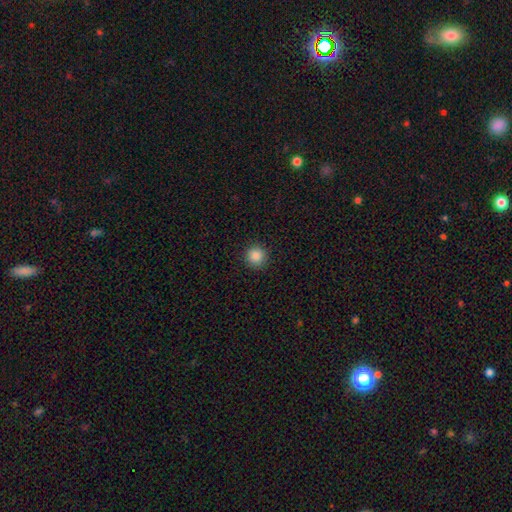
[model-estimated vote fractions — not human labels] smooth 87%, star or artifact 10%, featured or disk 3%. Down the decision tree: how rounded — round (94%); merging — none (91%).